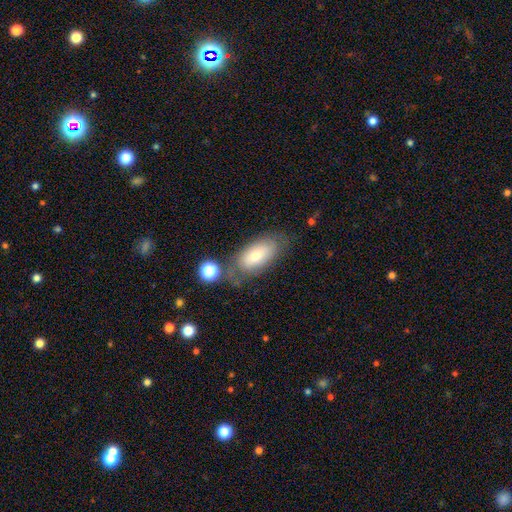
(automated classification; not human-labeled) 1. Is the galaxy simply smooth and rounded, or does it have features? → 73% smooth, 19% featured or disk, 8% star or artifact.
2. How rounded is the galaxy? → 90% in between, 6% cigar-shaped, 4% round.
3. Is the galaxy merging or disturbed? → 62% none, 21% minor disturbance, 9% major disturbance, 9% merger.